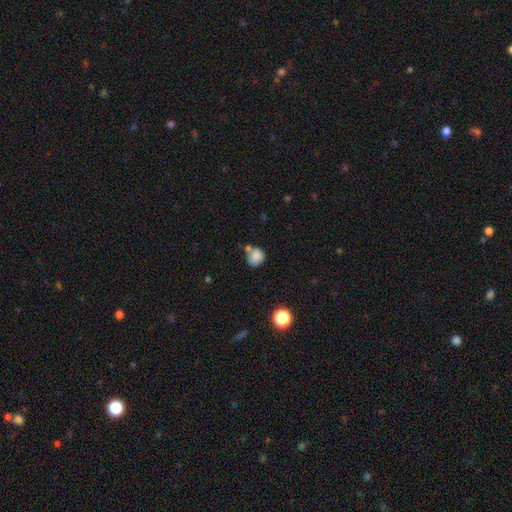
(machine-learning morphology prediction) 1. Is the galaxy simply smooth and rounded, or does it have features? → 83% smooth, 10% star or artifact, 7% featured or disk.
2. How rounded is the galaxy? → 79% round, 20% in between, 1% cigar-shaped.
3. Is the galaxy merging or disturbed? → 53% none, 21% merger, 19% minor disturbance, 6% major disturbance.